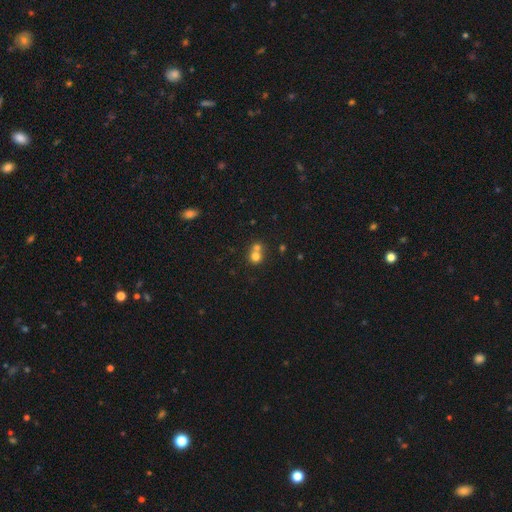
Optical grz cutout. It shows a smooth galaxy with no disk features (85%) that is round (97%). Merging: merger (56%).